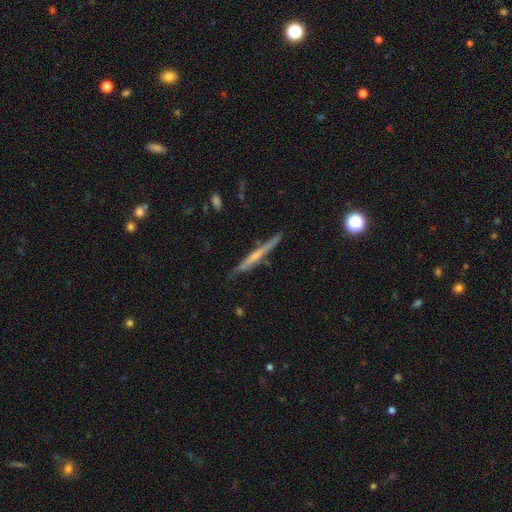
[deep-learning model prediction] This appears to be a featured or disk galaxy (58%) viewed edge-on (96%) with no central bulge (59%). Merging: none (81%).